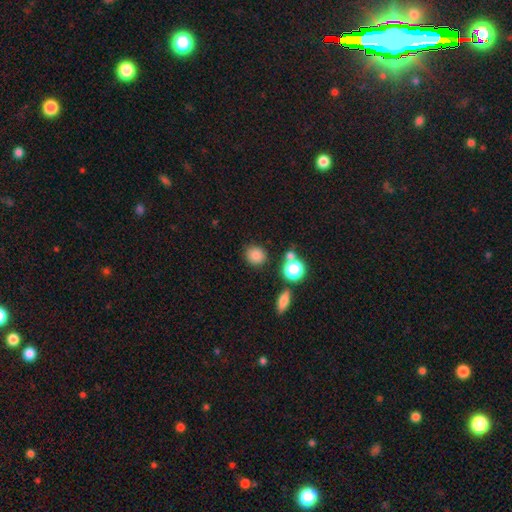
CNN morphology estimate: The model was most divided on "how rounded": round: 77%, in between: 22%, cigar-shaped: 1%. More confident: merging — none (82%); smooth or featured — smooth (81%).